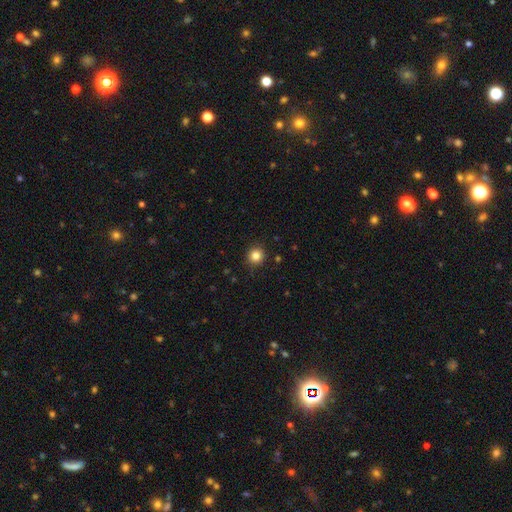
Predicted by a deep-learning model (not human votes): Q: Smooth or featured?
A: smooth (84%); runner-up: star or artifact (12%)
Q: How rounded?
A: round (93%); runner-up: in between (6%)
Q: Merging?
A: none (91%); runner-up: minor disturbance (6%)